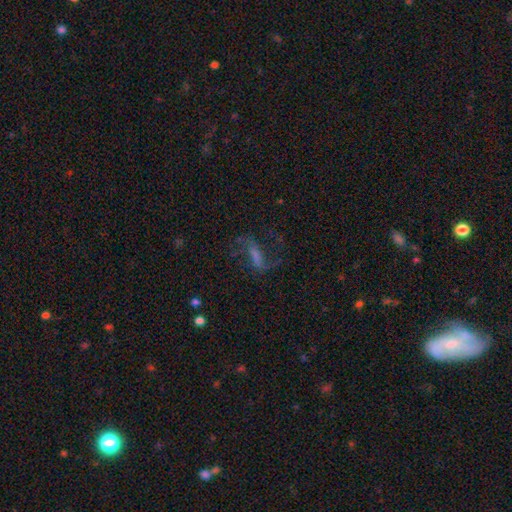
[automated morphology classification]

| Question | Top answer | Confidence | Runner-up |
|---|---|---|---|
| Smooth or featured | featured or disk | 63% | smooth (22%) |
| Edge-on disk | no | 88% | yes (12%) |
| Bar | strong | 44% | weak (37%) |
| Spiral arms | yes | 86% | no (14%) |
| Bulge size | none | 46% | small (24%) |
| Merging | none | 63% | major disturbance (19%) |